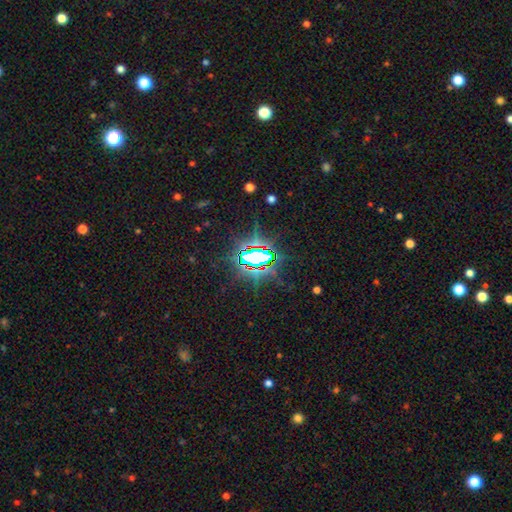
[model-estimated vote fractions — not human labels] Smooth or featured: star or artifact — 79% (smooth — 11%)